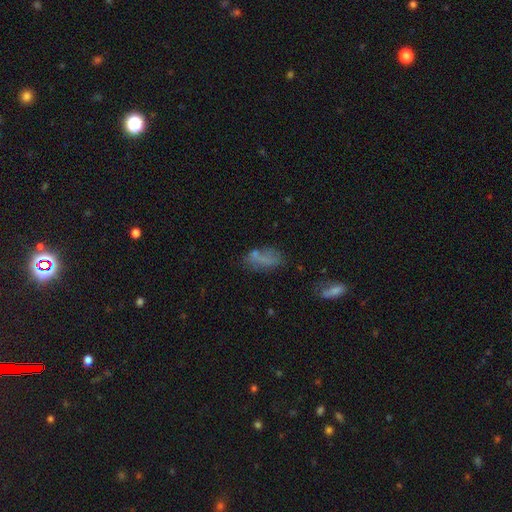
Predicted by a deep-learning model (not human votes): A smooth galaxy with no disk features (62%) that is in between round and cigar-shaped (81%).

Vote fractions:
- Smooth or featured? smooth: 62% / featured or disk: 21% / star or artifact: 16%
- How rounded? in between: 81% / cigar-shaped: 13% / round: 6%
- Merging? none: 54% / minor disturbance: 23% / major disturbance: 14% / merger: 10%